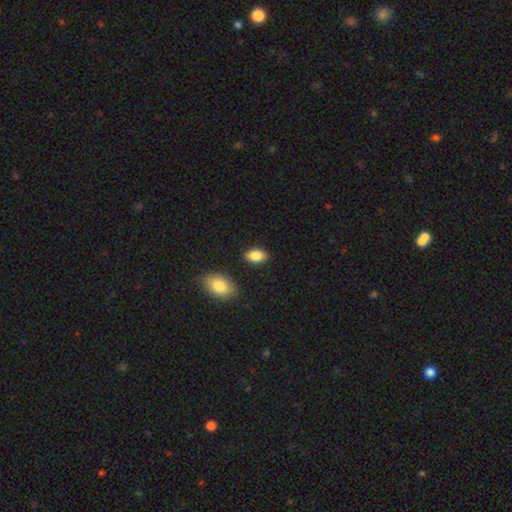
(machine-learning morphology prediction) smooth-or-featured: smooth: 87% | star or artifact: 7% | featured or disk: 6%
  how-rounded: in between: 91% | round: 7% | cigar-shaped: 2%
  merging: none: 86% | minor disturbance: 9% | merger: 3% | major disturbance: 2%